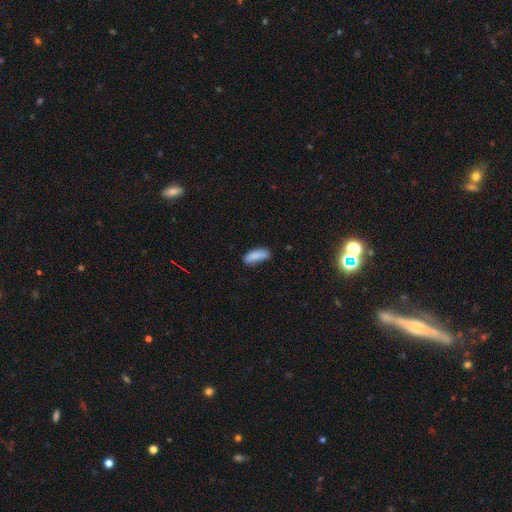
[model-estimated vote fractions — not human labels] Morphology: type=smooth (87%); roundness=in between (65%); merging=none (66%).